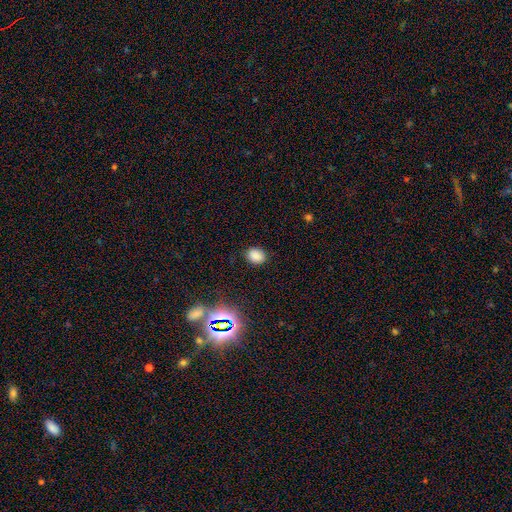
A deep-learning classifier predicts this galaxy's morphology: Smooth or featured?
  - smooth: 83% *
  - star or artifact: 13%
  - featured or disk: 4%
How rounded?
  - in between: 53% *
  - round: 46%
  - cigar-shaped: 1%
Merging?
  - none: 85% *
  - minor disturbance: 11%
  - major disturbance: 3%
  - merger: 1%